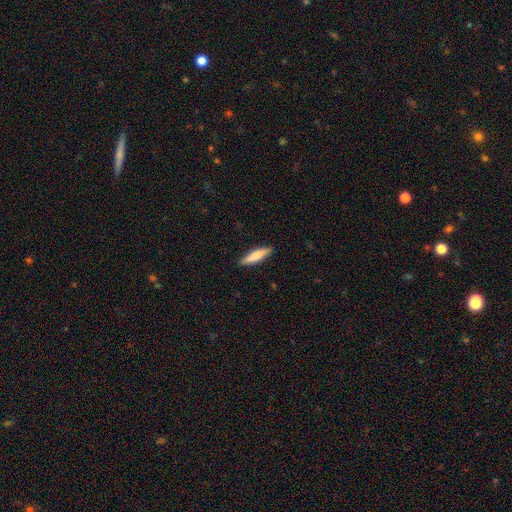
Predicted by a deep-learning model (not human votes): Morphology: type=smooth (73%); roundness=cigar-shaped (79%); merging=none (88%).